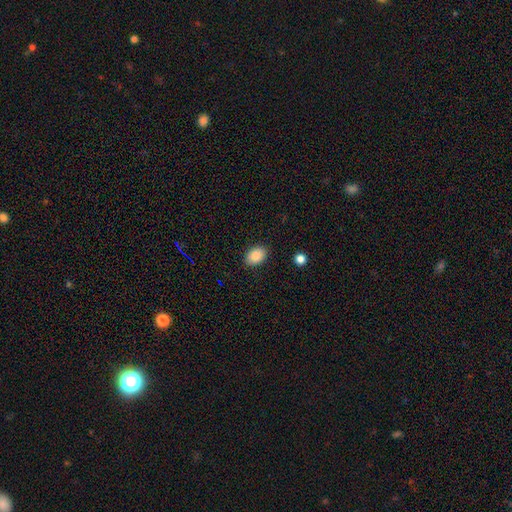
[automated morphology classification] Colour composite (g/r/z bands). It shows a smooth galaxy with no disk features (86%) that is in between round and cigar-shaped (81%). Merging: none (88%).